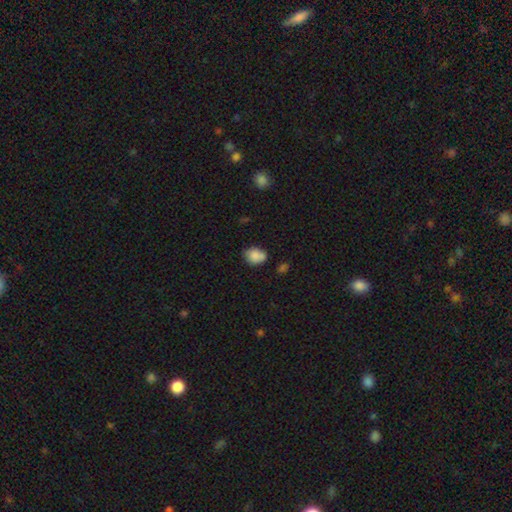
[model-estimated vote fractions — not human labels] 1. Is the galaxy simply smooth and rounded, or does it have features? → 80% smooth, 10% featured or disk, 9% star or artifact.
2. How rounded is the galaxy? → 55% in between, 44% round, 1% cigar-shaped.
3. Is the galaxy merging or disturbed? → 55% none, 26% minor disturbance, 13% merger, 6% major disturbance.